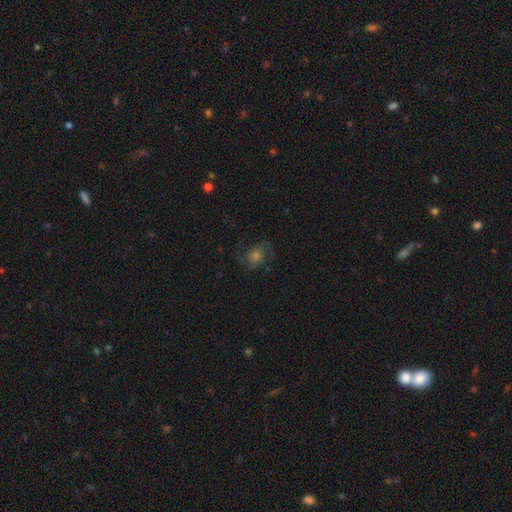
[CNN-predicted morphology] smooth-or-featured: featured or disk: 67% | smooth: 18% | star or artifact: 15%
  disk-edge-on: no: 97% | yes: 3%
    bar: no: 72% | weak: 24% | strong: 4%
    has-spiral-arms: yes: 94% | no: 6%
      spiral-winding: medium: 52% | loose: 27% | tight: 21%
      spiral-arm-count: 2: 81% | can't tell: 8% | 3: 4% | 1: 3% | 4: 2% | more than 4: 2%
    bulge-size: moderate: 46% | small: 25% | large: 19% | none: 7% | dominant: 4%
  merging: none: 74% | minor disturbance: 15% | major disturbance: 11% | merger: 1%